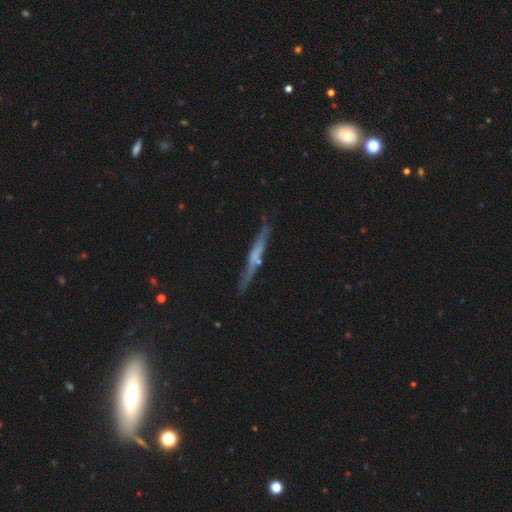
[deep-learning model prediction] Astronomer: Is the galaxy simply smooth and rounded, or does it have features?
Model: featured or disk — 55% (runner-up: smooth, 37%).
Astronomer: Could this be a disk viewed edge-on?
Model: yes — 92%.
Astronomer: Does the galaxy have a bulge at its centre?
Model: none — 63%.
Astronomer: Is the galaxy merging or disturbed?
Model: none — 77%.